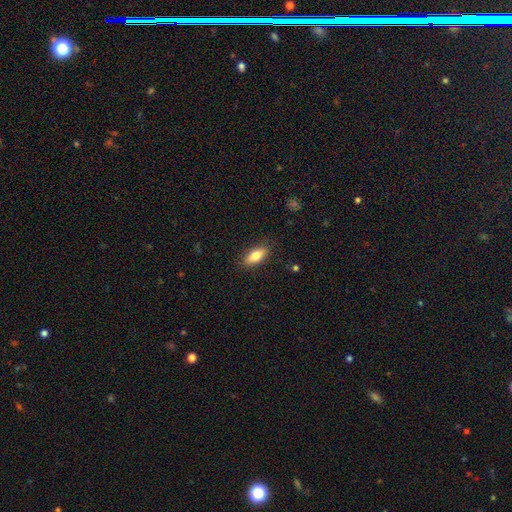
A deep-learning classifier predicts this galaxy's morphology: This appears to be a smooth galaxy with no disk features (78%) that is in between round and cigar-shaped (81%). Merging: none (87%).